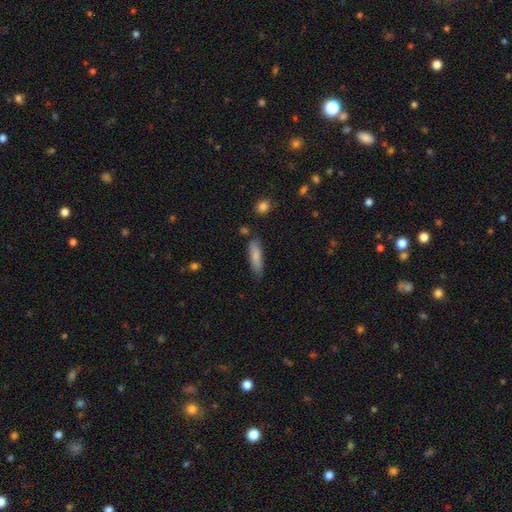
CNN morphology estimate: Q: Smooth or featured?
A: smooth (81%); runner-up: featured or disk (13%)
Q: How rounded?
A: cigar-shaped (58%); runner-up: in between (41%)
Q: Merging?
A: none (73%); runner-up: minor disturbance (19%)